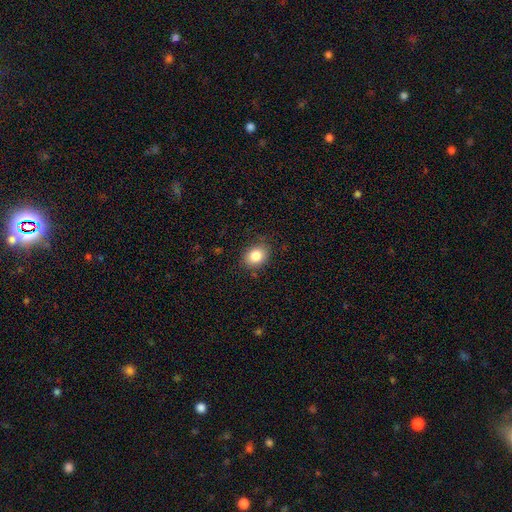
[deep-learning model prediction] Smooth or featured?
  - smooth: 85% *
  - star or artifact: 9%
  - featured or disk: 6%
How rounded?
  - in between: 53% *
  - round: 46%
  - cigar-shaped: 1%
Merging?
  - none: 83% *
  - minor disturbance: 13%
  - major disturbance: 3%
  - merger: 1%